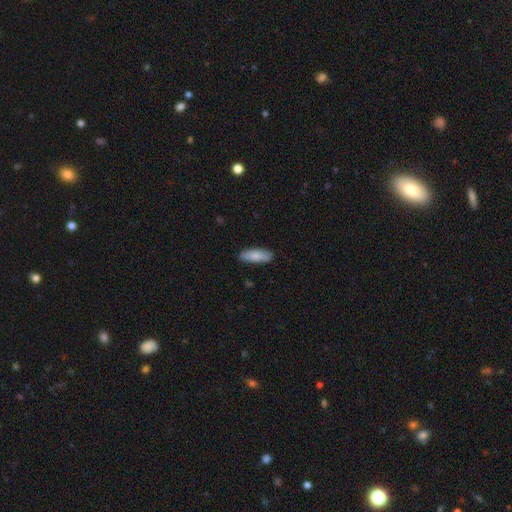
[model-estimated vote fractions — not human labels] This is clearly a smooth galaxy (82%). How rounded: possibly in between (57%). Merging: clearly none (86%).